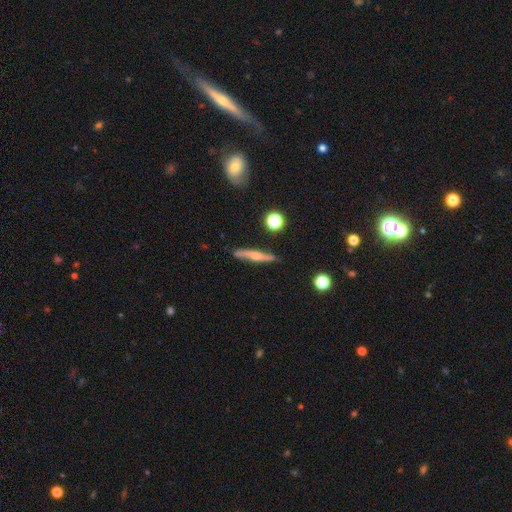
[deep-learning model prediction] Smooth or featured: featured or disk — 57% (smooth — 36%)
Edge-on disk: yes — 88% (no — 12%)
Edge-on bulge: rounded — 77% (none — 17%)
Merging: none — 81% (minor disturbance — 14%)